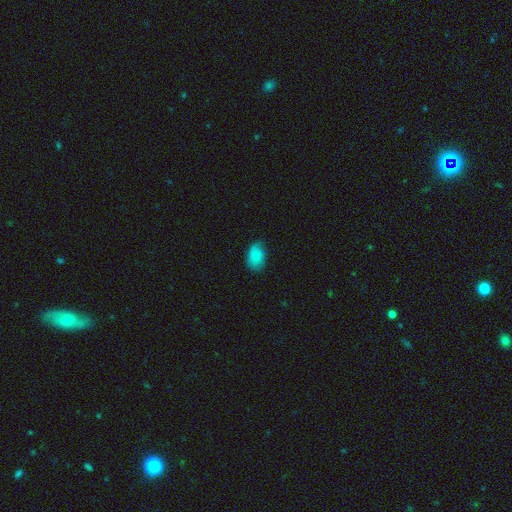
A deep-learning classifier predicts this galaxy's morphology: Smooth or featured: smooth — 81% (featured or disk — 11%)
How rounded: in between — 85% (round — 13%)
Merging: none — 64% (minor disturbance — 28%)